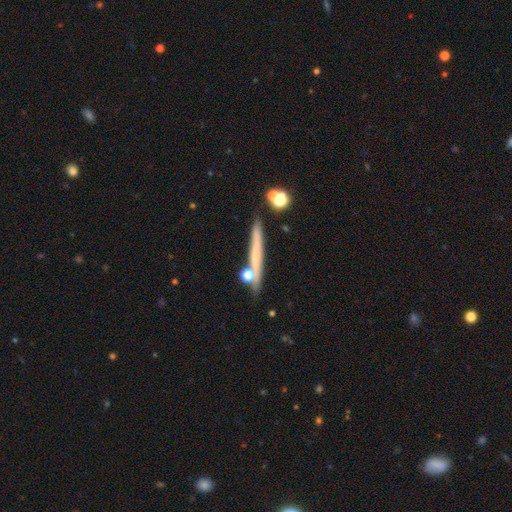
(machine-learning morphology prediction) Overall: smooth (47%; featured or disk 43%). Merging: none (78%).